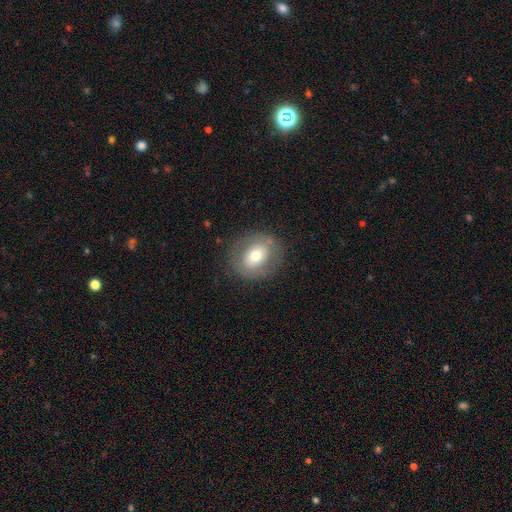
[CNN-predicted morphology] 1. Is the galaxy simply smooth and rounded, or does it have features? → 62% smooth, 30% featured or disk, 9% star or artifact.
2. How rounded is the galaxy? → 59% round, 40% in between, 1% cigar-shaped.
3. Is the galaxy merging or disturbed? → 80% none, 12% minor disturbance, 6% major disturbance, 1% merger.